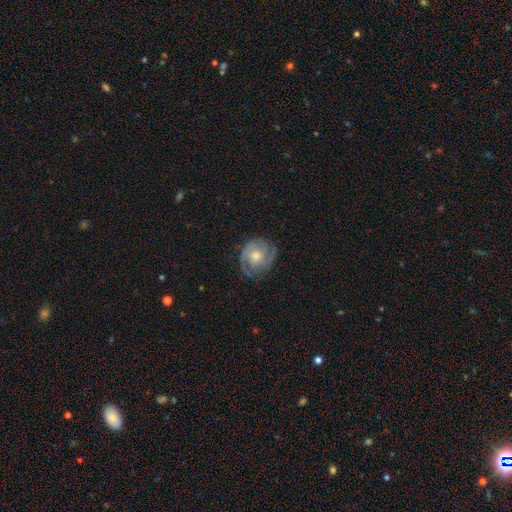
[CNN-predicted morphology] Smooth or featured? featured or disk (75%)
Edge-on disk? no (97%)
Bar? no (73%)
Spiral arms? yes (92%)
Spiral winding? tight (56%)
Spiral arm count? 2 (40%)
Bulge size? moderate (63%)
Merging? none (74%)